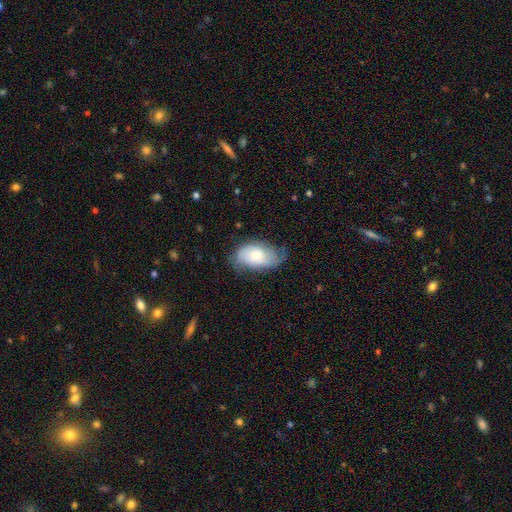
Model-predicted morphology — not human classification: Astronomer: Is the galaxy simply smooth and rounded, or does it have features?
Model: smooth — 49% (runner-up: featured or disk, 44%).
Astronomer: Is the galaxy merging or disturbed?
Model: none — 49% (runner-up: minor disturbance, 34%).